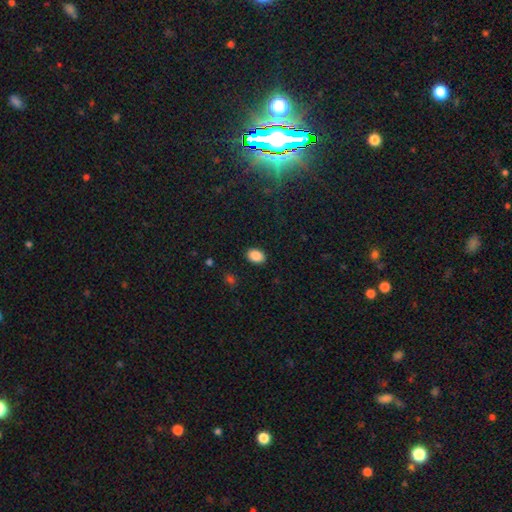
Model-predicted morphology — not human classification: smooth_or_featured: smooth (p=0.88) [alt: star or artifact p=0.08]
how_rounded: in between (p=0.79) [alt: round p=0.20]
merging: none (p=0.89) [alt: minor disturbance p=0.08]